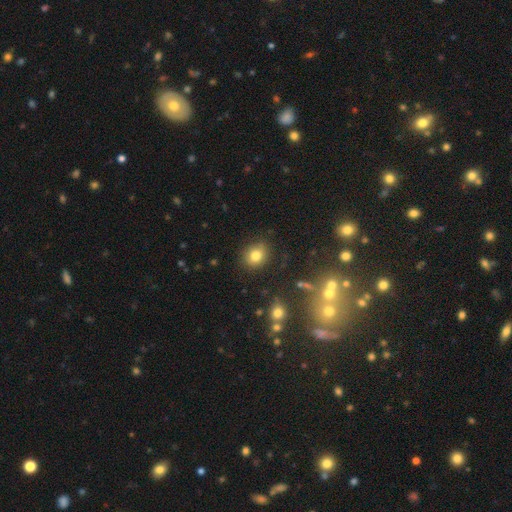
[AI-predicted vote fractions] Q: Smooth or featured?
A: smooth (80%); runner-up: star or artifact (12%)
Q: How rounded?
A: round (62%); runner-up: in between (37%)
Q: Merging?
A: none (84%); runner-up: minor disturbance (11%)